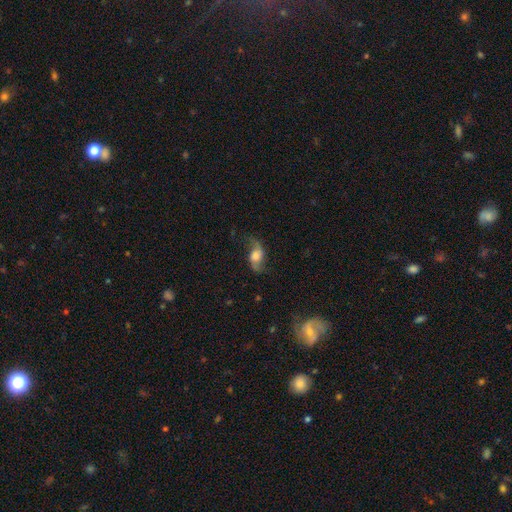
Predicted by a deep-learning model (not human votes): Smooth or featured?
  - featured or disk: 70% *
  - smooth: 22%
  - star or artifact: 8%
Edge-on disk?
  - no: 92% *
  - yes: 8%
Bar?
  - no: 58% *
  - weak: 33%
  - strong: 9%
Spiral arms?
  - yes: 92% *
  - no: 8%
Spiral winding?
  - loose: 83% *
  - medium: 14%
  - tight: 3%
Spiral arm count?
  - 2: 90% *
  - 1: 4%
  - can't tell: 2%
  - 3: 1%
  - 4: 1%
  - more than 4: 1%
Bulge size?
  - large: 36% *
  - moderate: 35%
  - small: 14%
  - none: 8%
  - dominant: 8%
Merging?
  - none: 65% *
  - minor disturbance: 19%
  - major disturbance: 14%
  - merger: 2%